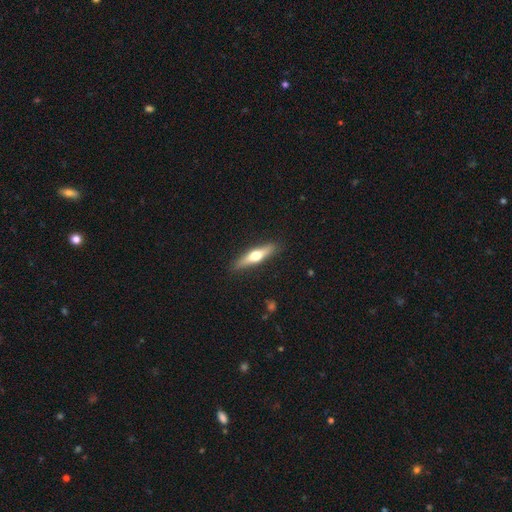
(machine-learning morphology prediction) type=featured or disk (53%); edge-on=yes (93%); merging=none (90%).